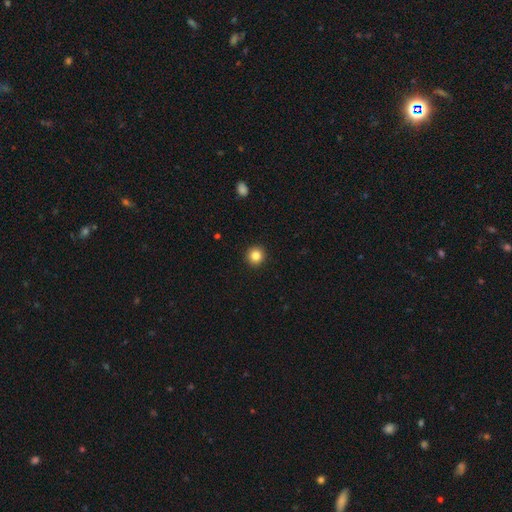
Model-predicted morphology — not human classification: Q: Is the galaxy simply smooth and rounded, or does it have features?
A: smooth — 84%.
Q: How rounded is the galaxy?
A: round — 95%.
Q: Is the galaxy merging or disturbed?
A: none — 93%.